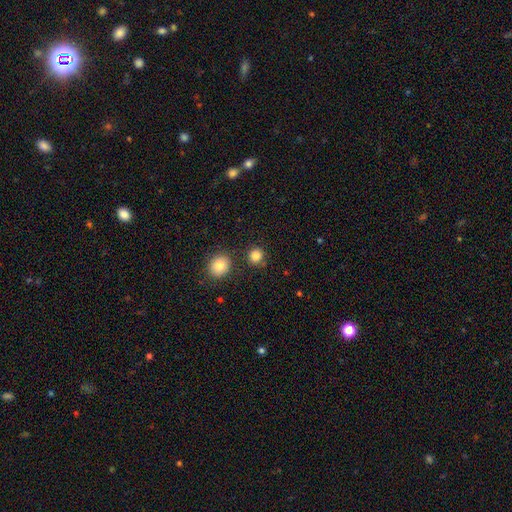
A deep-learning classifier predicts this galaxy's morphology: smooth-or-featured: smooth: 84% | star or artifact: 11% | featured or disk: 5%
  how-rounded: round: 88% | in between: 11% | cigar-shaped: 1%
  merging: none: 85% | minor disturbance: 8% | merger: 5% | major disturbance: 3%